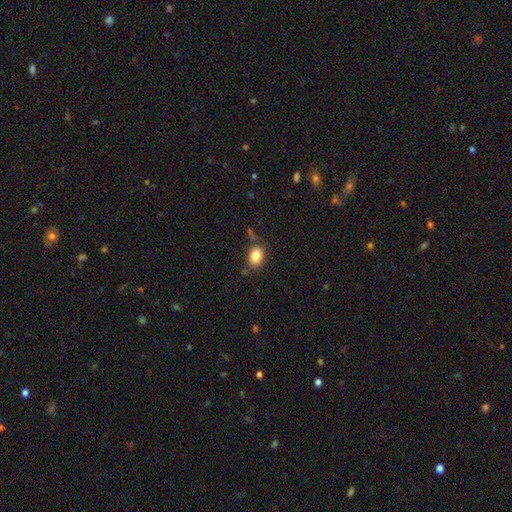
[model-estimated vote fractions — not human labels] Overall: smooth (84%). How rounded: in between (74%). Merging: none (74%).